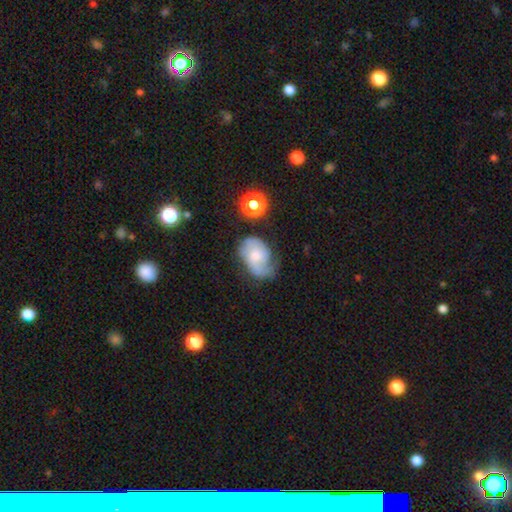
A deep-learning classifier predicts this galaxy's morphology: Smooth or featured: featured or disk — 50% (smooth — 42%)
Merging: none — 40% (minor disturbance — 33%)